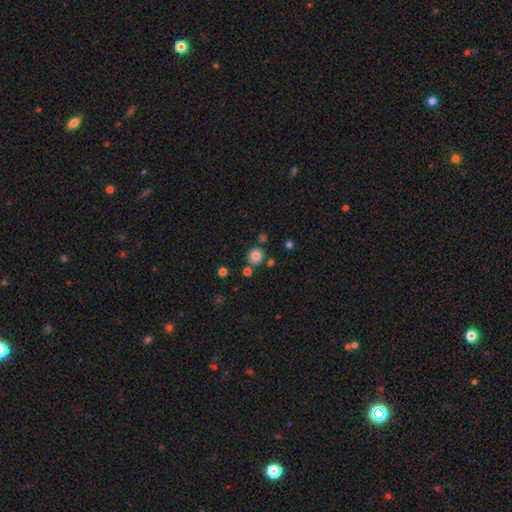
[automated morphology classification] Q: Smooth or featured?
A: smooth (81%); runner-up: star or artifact (12%)
Q: How rounded?
A: round (85%); runner-up: in between (14%)
Q: Merging?
A: none (76%); runner-up: minor disturbance (11%)